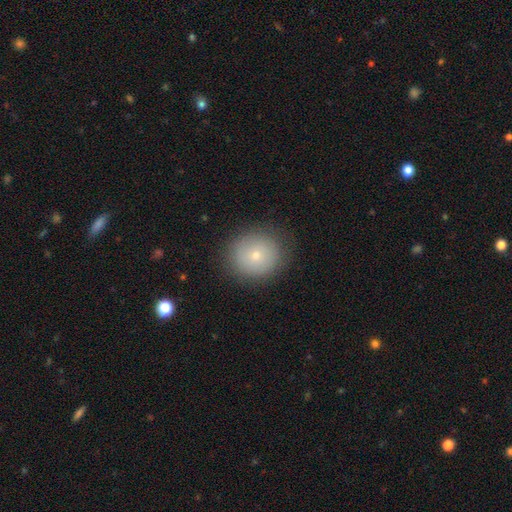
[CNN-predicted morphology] Overall: smooth (71%). How rounded: round (84%). Merging: none (85%).